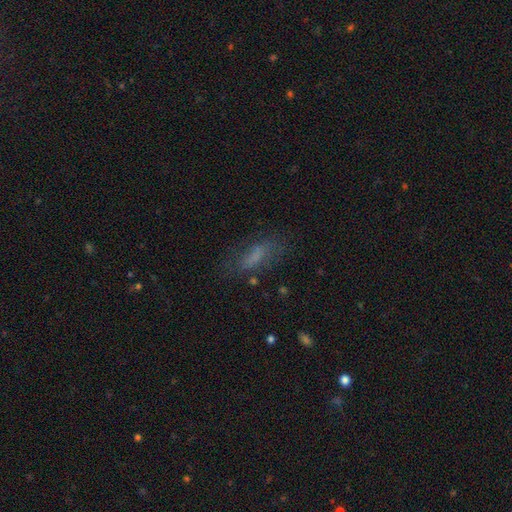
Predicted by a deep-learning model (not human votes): smooth 59%, featured or disk 26%, star or artifact 15%. Down the decision tree: how rounded — in between (55%); merging — none (63%).